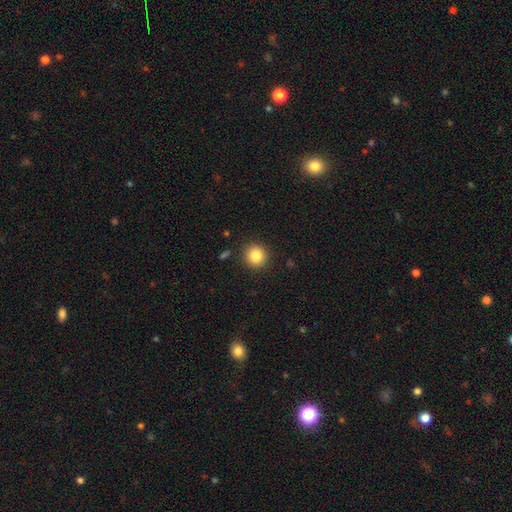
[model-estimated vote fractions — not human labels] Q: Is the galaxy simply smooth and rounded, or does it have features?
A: smooth — 85%.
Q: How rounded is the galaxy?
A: round — 93%.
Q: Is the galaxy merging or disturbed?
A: none — 90%.